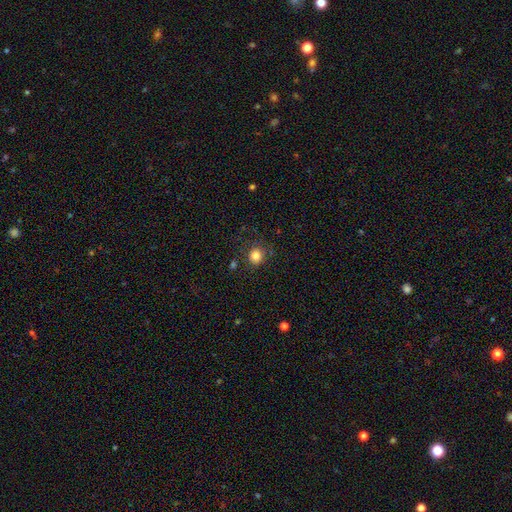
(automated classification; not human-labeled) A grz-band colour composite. It shows a smooth galaxy with no disk features (83%) that is round (88%). Merging: none (81%).